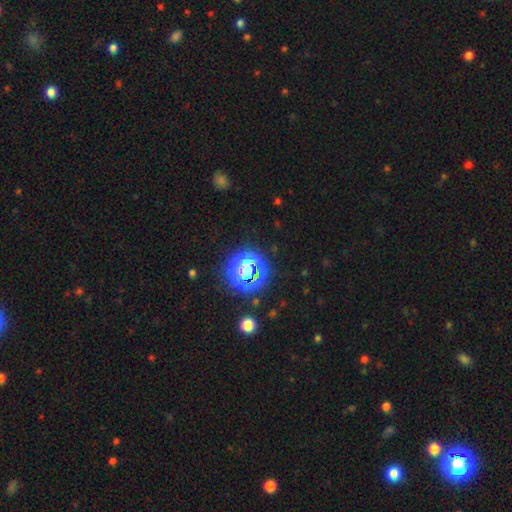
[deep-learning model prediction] The model was most divided on "smooth or featured": star or artifact: 74%, smooth: 20%, featured or disk: 6%.